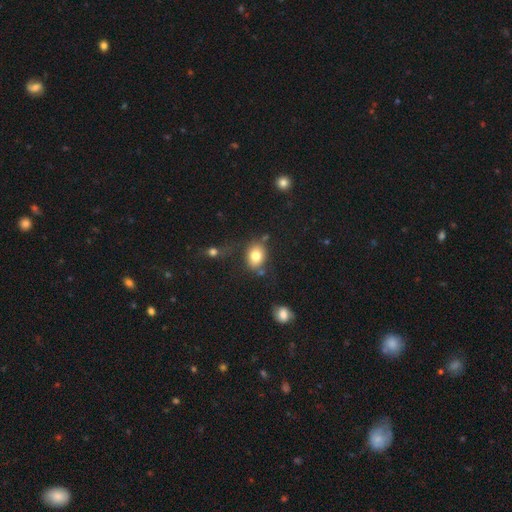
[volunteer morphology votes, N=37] Smooth or featured?
  - smooth: 76% *
  - featured or disk: 19%
  - star or artifact: 5%
How rounded?
  - in between: 79% *
  - round: 21%
  - cigar-shaped: 0%
Merging?
  - none: 80% *
  - minor disturbance: 11%
  - merger: 6%
  - major disturbance: 3%